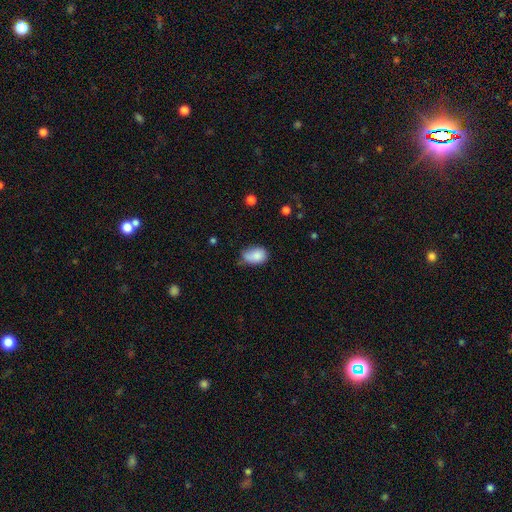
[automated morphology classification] This appears to be a smooth galaxy with no disk features (82%) that is in between round and cigar-shaped (82%). Merging: none (46%).